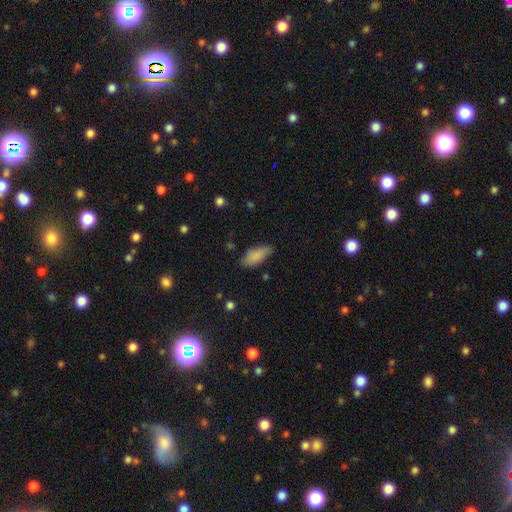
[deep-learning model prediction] Q: Smooth or featured?
A: smooth (86%); runner-up: featured or disk (8%)
Q: How rounded?
A: in between (83%); runner-up: cigar-shaped (14%)
Q: Merging?
A: none (71%); runner-up: minor disturbance (22%)